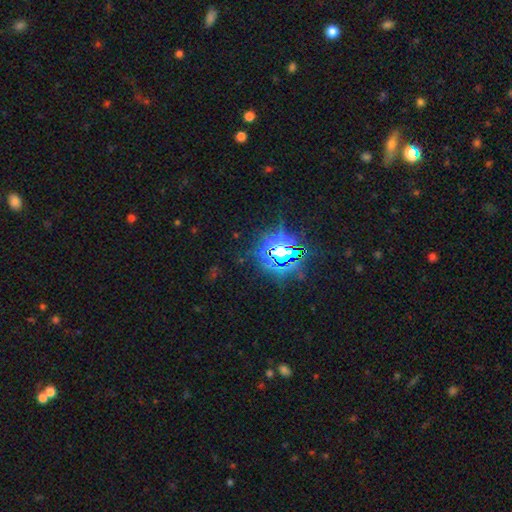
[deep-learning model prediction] Q: Smooth or featured?
A: star or artifact (83%); runner-up: smooth (10%)